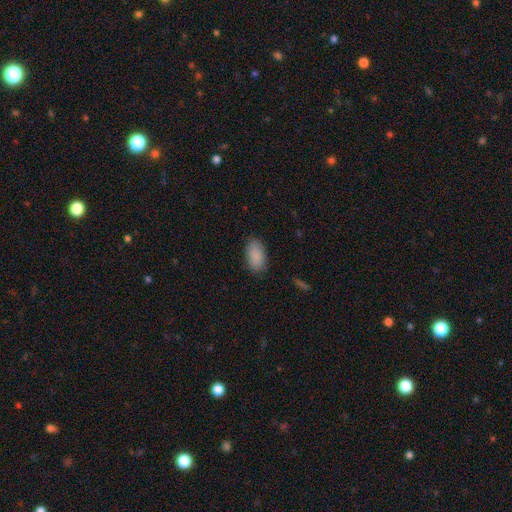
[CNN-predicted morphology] smooth_or_featured: smooth (p=0.89) [alt: star or artifact p=0.07]
how_rounded: in between (p=0.94) [alt: round p=0.04]
merging: none (p=0.85) [alt: minor disturbance p=0.11]